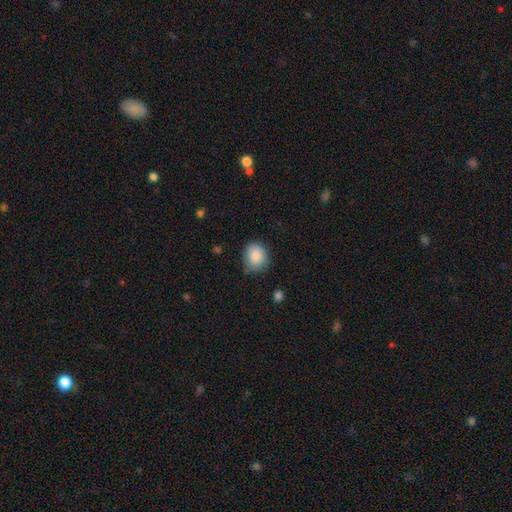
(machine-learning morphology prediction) Overall: smooth (87%). How rounded: round (64%; in between 35%). Merging: none (73%).